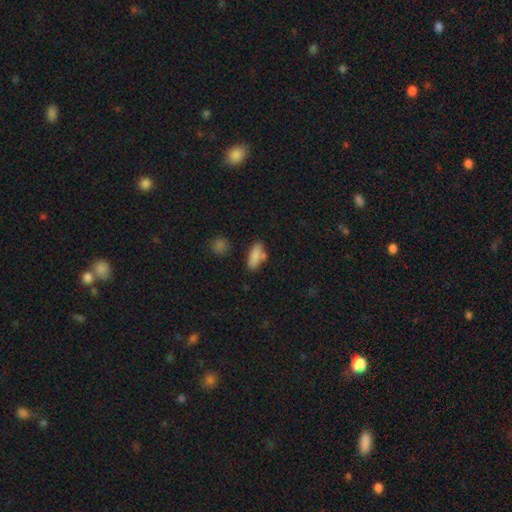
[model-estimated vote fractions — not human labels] A smooth galaxy with no disk features (85%) that is in between round and cigar-shaped (74%). Merging: none (70%).